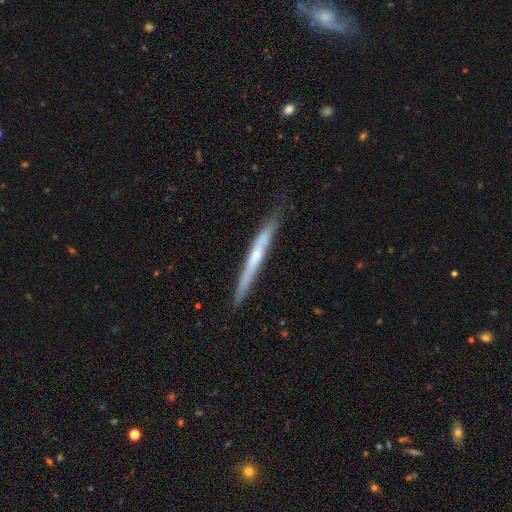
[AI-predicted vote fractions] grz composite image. It shows a featured or disk galaxy (61%) viewed edge-on (94%) with no central bulge (50%). Merging: none (80%).